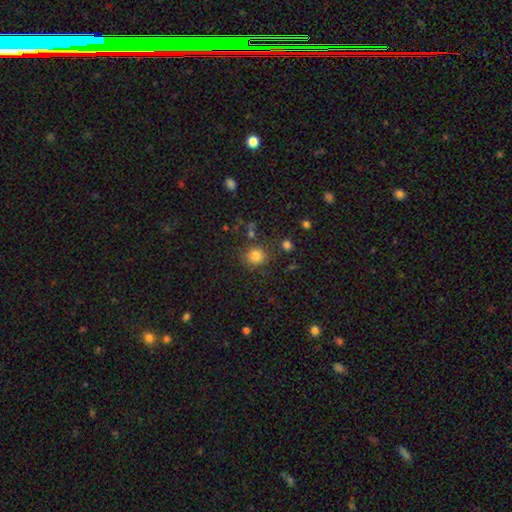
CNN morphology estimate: Smooth or featured? Predicted: smooth (p=0.82). How rounded? Predicted: round (p=0.88). Merging? Predicted: none (p=0.81).